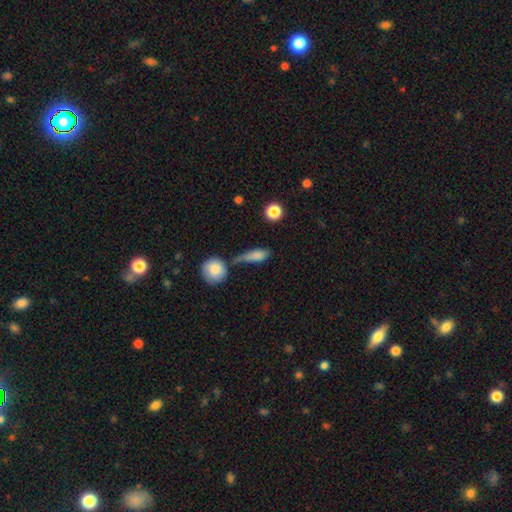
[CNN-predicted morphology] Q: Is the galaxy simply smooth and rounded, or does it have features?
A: smooth — 80%.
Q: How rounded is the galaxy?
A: in between — 53%.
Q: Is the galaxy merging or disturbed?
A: none — 44%.